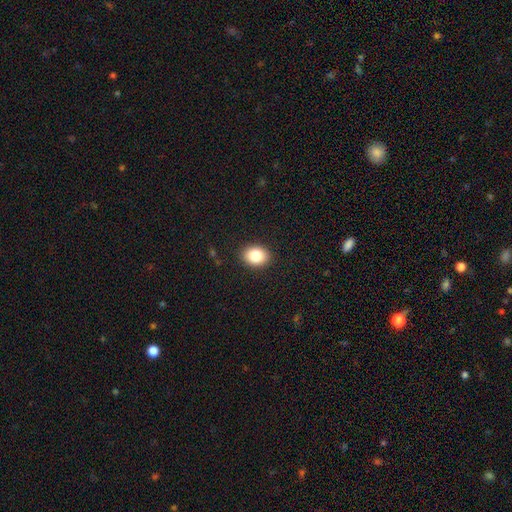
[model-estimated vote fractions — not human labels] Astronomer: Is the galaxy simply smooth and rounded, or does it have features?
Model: smooth — 85%.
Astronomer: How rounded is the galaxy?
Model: in between — 59% (runner-up: round, 40%).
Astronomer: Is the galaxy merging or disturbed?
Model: none — 90%.